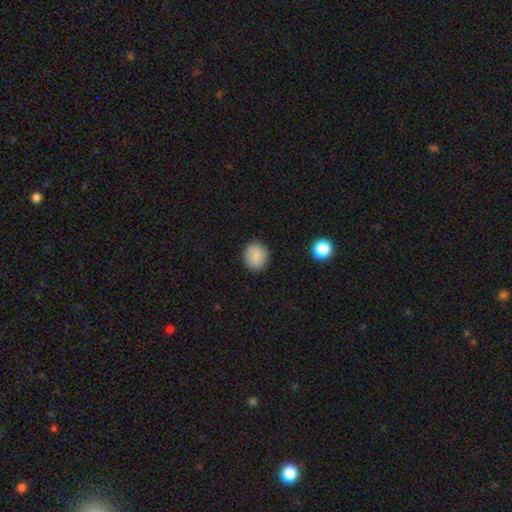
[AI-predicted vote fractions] This is clearly a smooth galaxy (88%). How rounded: likely round (78%). Merging: clearly none (90%).